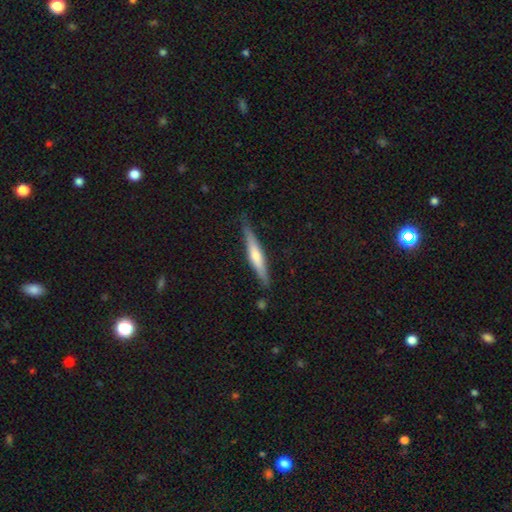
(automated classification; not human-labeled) smooth_or_featured: featured or disk (p=0.58) [alt: smooth p=0.36]
disk_edge_on: yes (p=0.96) [alt: no p=0.04]
edge_on_bulge: rounded (p=0.68) [alt: none p=0.20]
merging: none (p=0.85) [alt: minor disturbance p=0.11]